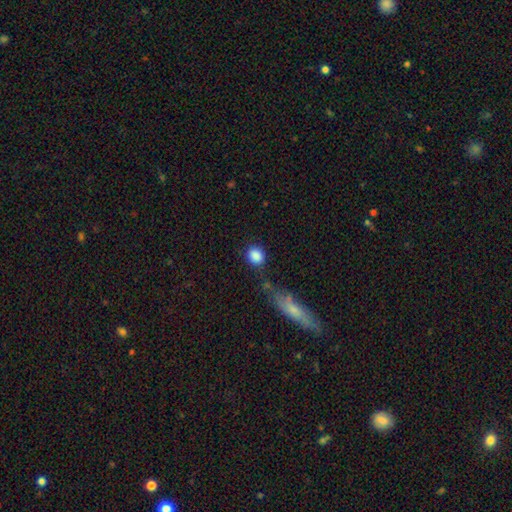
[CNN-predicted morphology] type=smooth (87%); roundness=round (66%); merging=none (74%).